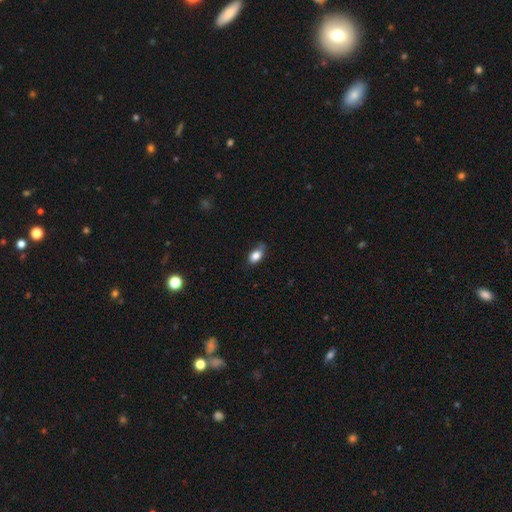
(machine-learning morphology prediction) The model was most divided on "merging": none: 57%, minor disturbance: 33%, major disturbance: 9%, merger: 2%. More confident: how rounded — in between (85%); smooth or featured — smooth (82%).